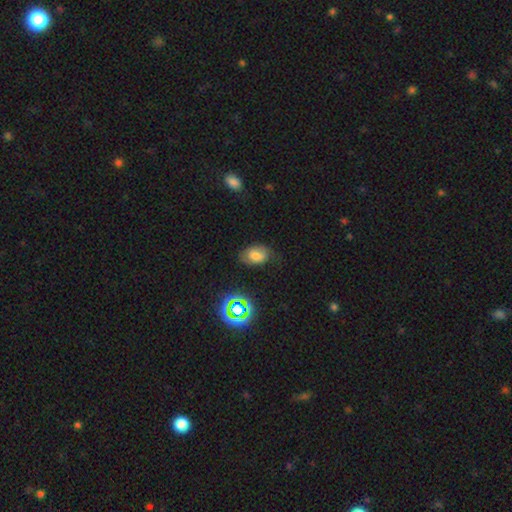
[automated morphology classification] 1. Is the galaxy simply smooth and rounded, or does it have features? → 62% smooth, 22% featured or disk, 16% star or artifact.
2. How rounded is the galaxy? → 85% in between, 14% round, 1% cigar-shaped.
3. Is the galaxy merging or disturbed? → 66% none, 24% minor disturbance, 9% major disturbance, 2% merger.